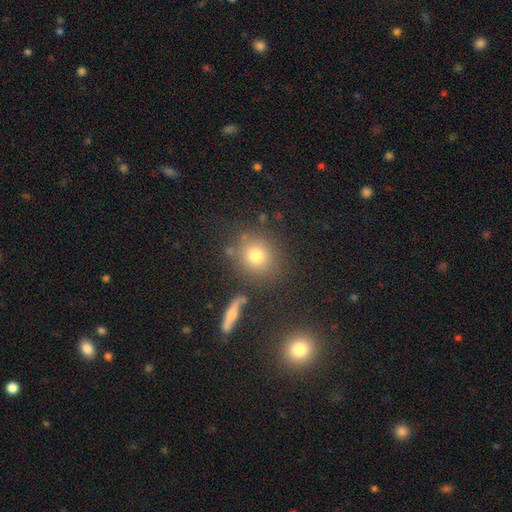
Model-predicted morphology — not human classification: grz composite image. It shows a smooth galaxy with no disk features (74%) that is round (82%). Merging: none (79%).